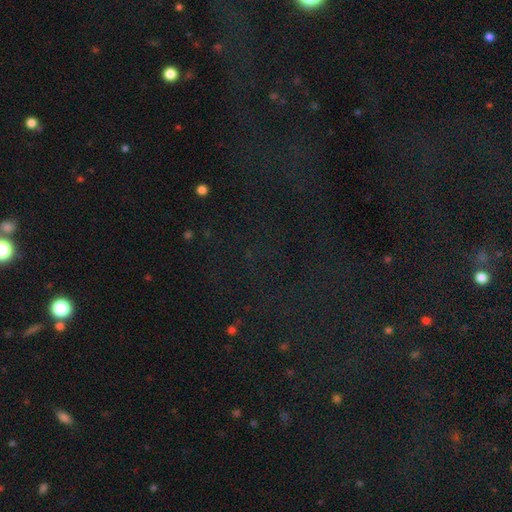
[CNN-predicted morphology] star or artifact 77%, smooth 13%, featured or disk 10%.